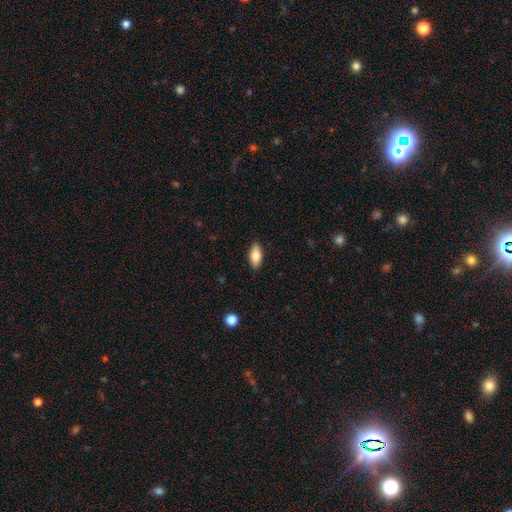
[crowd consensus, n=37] smooth-or-featured: smooth: 84% | featured or disk: 11% | star or artifact: 5%
  how-rounded: in between: 81% | cigar-shaped: 16% | round: 3%
  merging: none: 80% | minor disturbance: 14% | major disturbance: 6% | merger: 0%